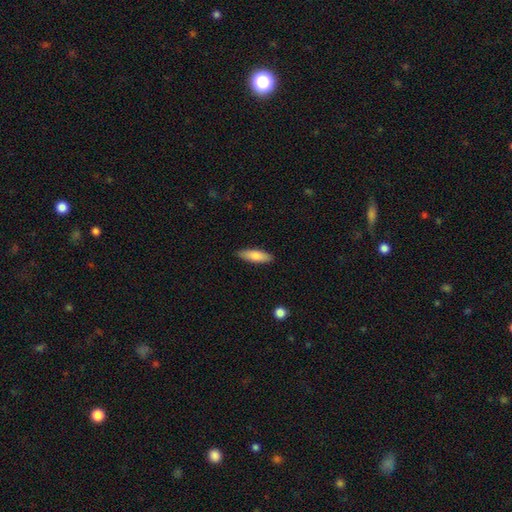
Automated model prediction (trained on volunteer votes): smooth 81%, featured or disk 14%, star or artifact 6%. Down the decision tree: how rounded — cigar-shaped (52%); merging — none (88%).